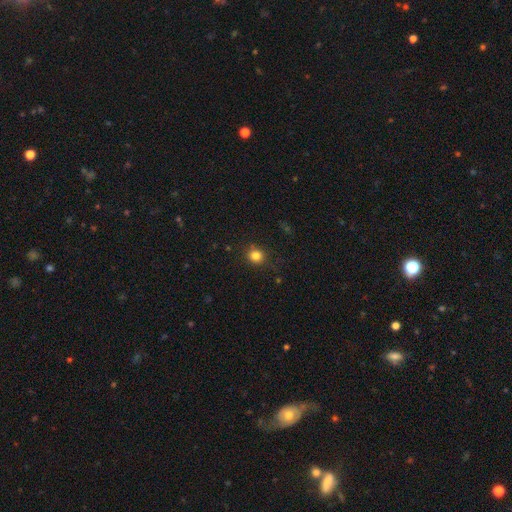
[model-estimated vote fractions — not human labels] A smooth galaxy with no disk features (82%) that is round (88%). Merging: none (85%).